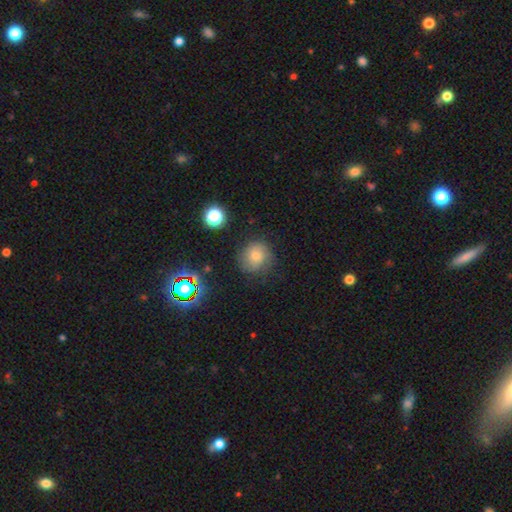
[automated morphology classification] smooth 60%, featured or disk 22%, star or artifact 18%. Down the decision tree: how rounded — round (85%); merging — none (73%).